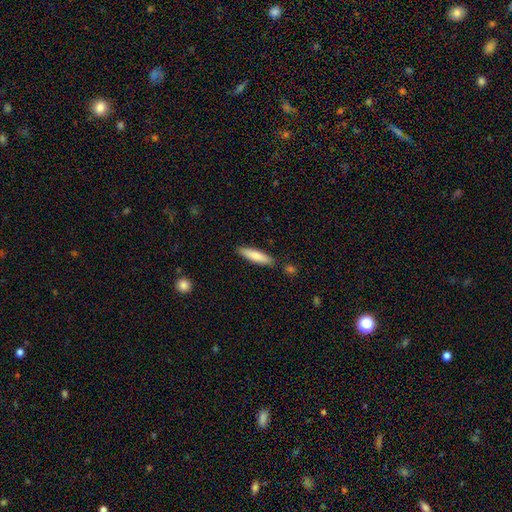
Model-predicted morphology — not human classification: Smooth or featured? smooth (79%)
How rounded? cigar-shaped (76%)
Merging? none (85%)